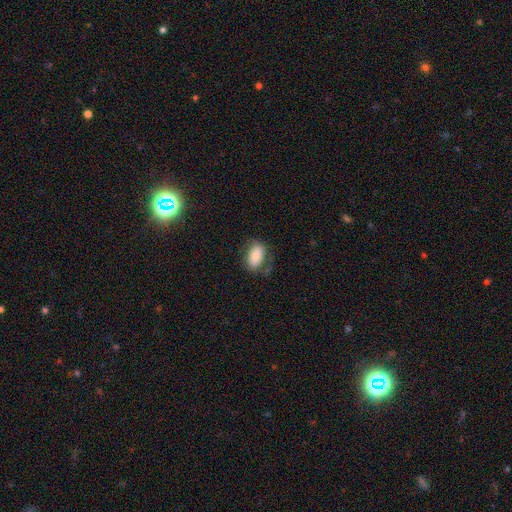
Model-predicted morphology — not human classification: A smooth galaxy with no disk features (80%) that is in between round and cigar-shaped (92%). Merging: none (66%).